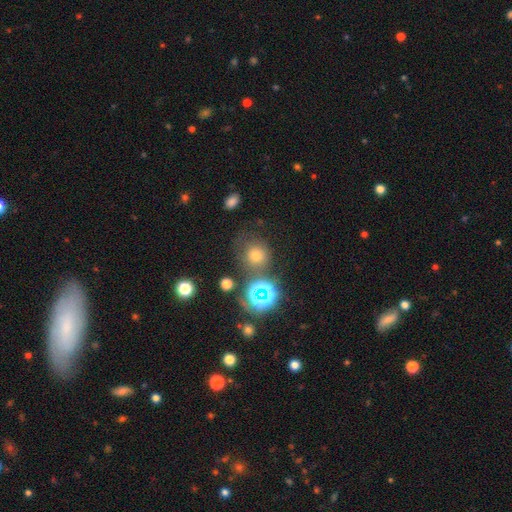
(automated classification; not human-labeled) Overall: smooth (61%; star or artifact 28%). How rounded: round (87%). Merging: none (68%).